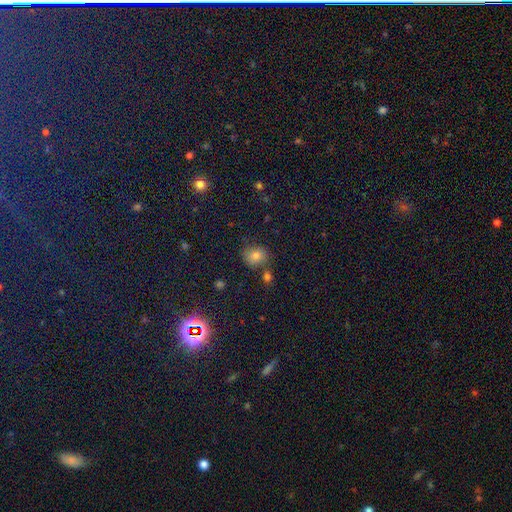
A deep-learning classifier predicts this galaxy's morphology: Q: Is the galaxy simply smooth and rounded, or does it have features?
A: smooth — 74%.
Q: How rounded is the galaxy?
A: round — 72%.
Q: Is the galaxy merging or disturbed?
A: none — 70%.